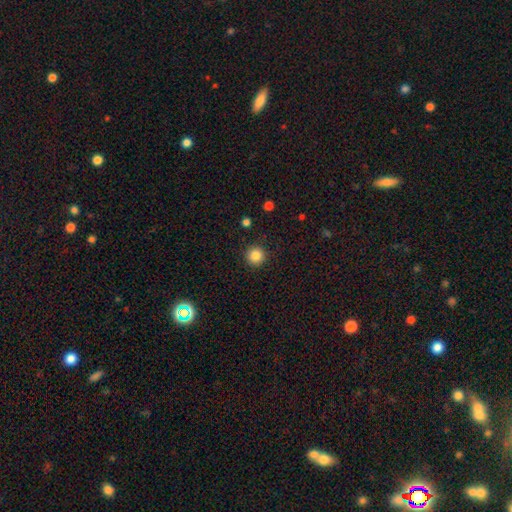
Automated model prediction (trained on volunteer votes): The model was most divided on "smooth or featured": smooth: 85%, star or artifact: 11%, featured or disk: 4%. More confident: how rounded — round (95%); merging — none (91%).